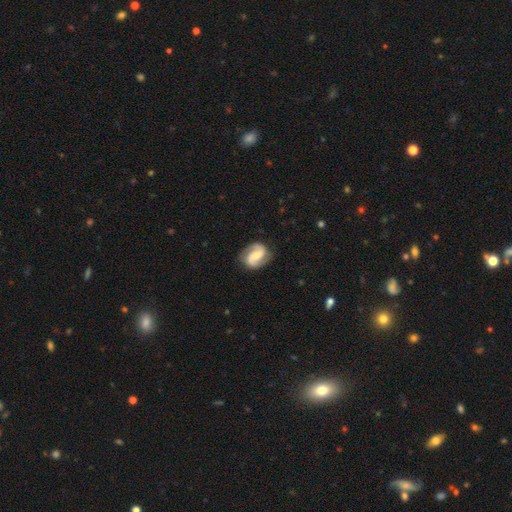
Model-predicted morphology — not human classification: Smooth or featured? Predicted: featured or disk (p=0.85). Edge-on disk? Predicted: no (p=0.98). Bar? Predicted: no (p=0.43). Spiral arms? Predicted: yes (p=0.97). Spiral winding? Predicted: medium (p=0.49). Spiral arm count? Predicted: 2 (p=0.93). Bulge size? Predicted: moderate (p=0.45). Merging? Predicted: none (p=0.84).